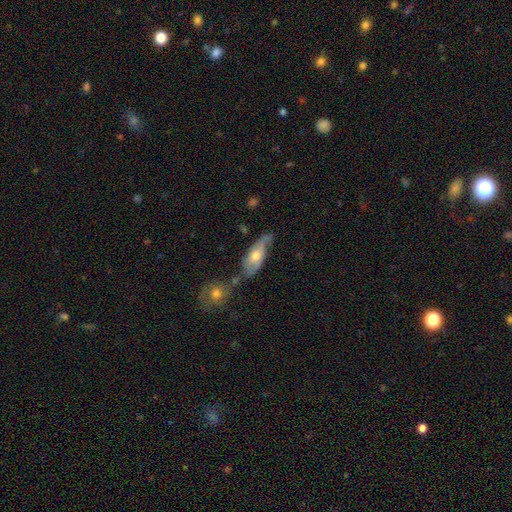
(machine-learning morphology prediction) The model was most divided on "smooth or featured": featured or disk: 48%, smooth: 46%, star or artifact: 6%. Remaining: merging — none (44%).